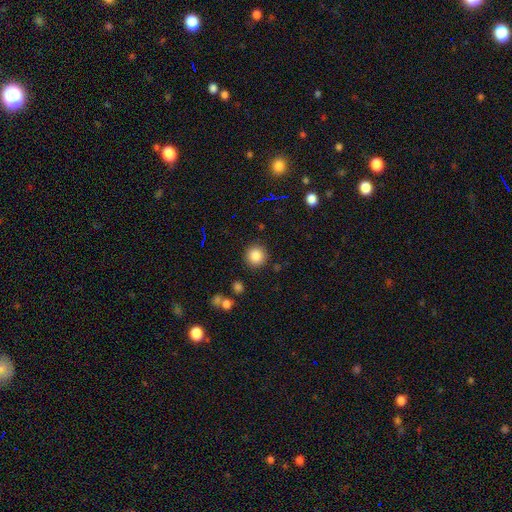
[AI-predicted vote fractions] A smooth galaxy with no disk features (85%) that is round (94%). Merging: none (90%).